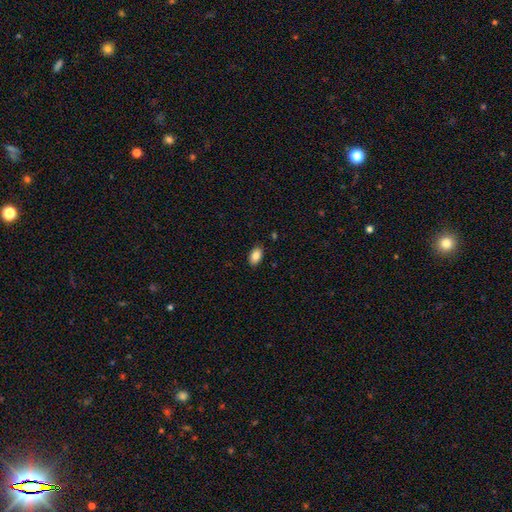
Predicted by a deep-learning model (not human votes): Smooth or featured: smooth — 87% (star or artifact — 8%)
How rounded: in between — 91% (round — 7%)
Merging: none — 86% (minor disturbance — 10%)